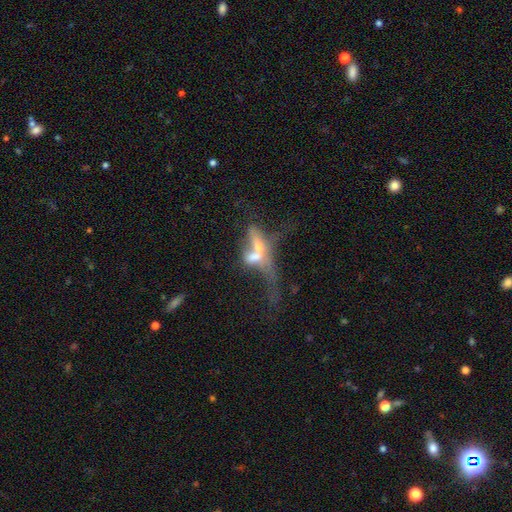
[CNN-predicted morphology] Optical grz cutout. It shows a featured or disk galaxy (59%). Merging: merger (61%).